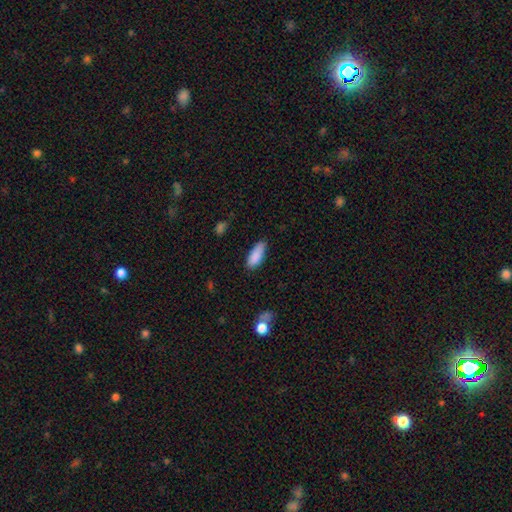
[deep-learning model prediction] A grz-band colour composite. It shows a smooth galaxy with no disk features (88%) that is in between round and cigar-shaped (75%). Merging: none (76%).